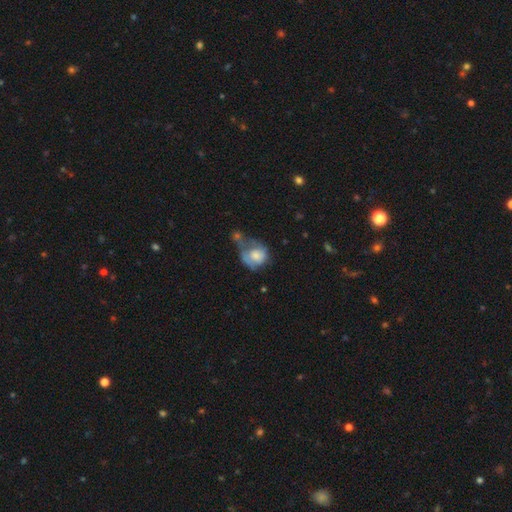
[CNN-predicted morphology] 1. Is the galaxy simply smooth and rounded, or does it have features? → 61% smooth, 32% featured or disk, 7% star or artifact.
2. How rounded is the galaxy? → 66% round, 33% in between, 1% cigar-shaped.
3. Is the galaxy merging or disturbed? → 34% major disturbance, 26% merger, 21% minor disturbance, 19% none.